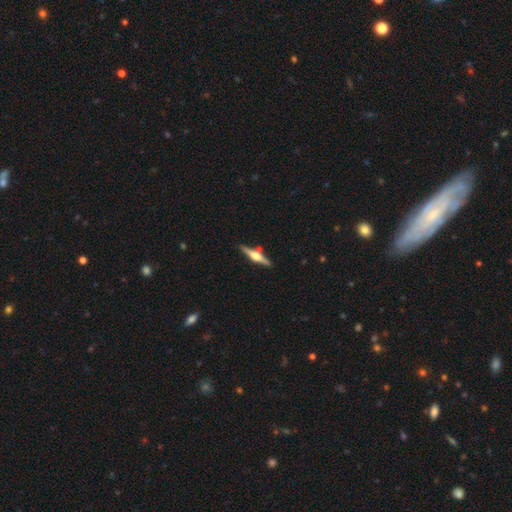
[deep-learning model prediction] featured or disk 74%, smooth 20%, star or artifact 5%. Down the decision tree: edge-on disk — yes (98%); edge-on bulge — rounded (90%); merging — none (86%).